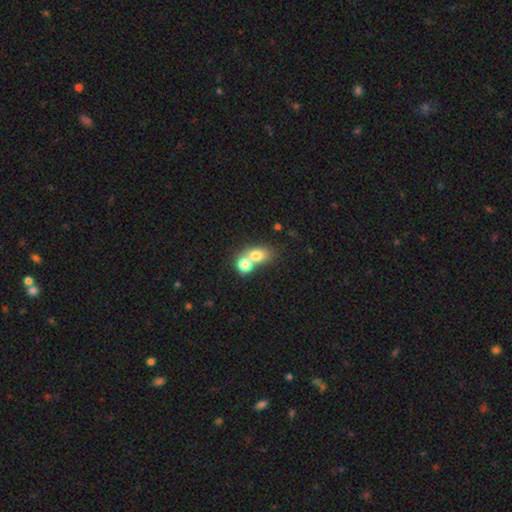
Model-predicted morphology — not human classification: Smooth or featured? Predicted: smooth (p=0.72). How rounded? Predicted: in between (p=0.55). Merging? Predicted: merger (p=0.58).